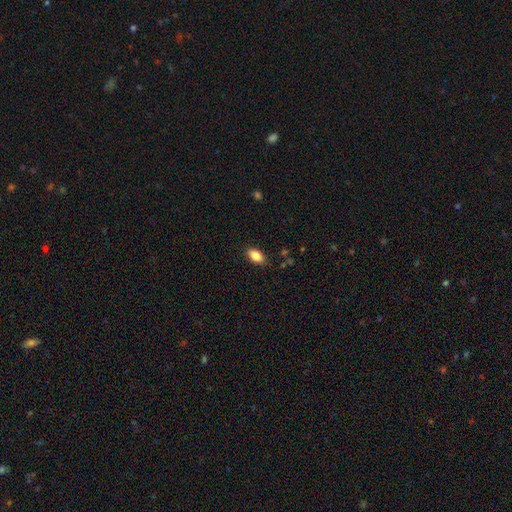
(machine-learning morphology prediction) smooth 86%, star or artifact 8%, featured or disk 6%. Down the decision tree: how rounded — in between (91%); merging — none (86%).